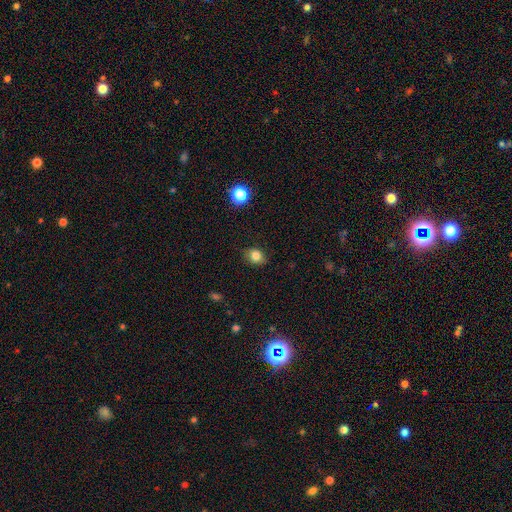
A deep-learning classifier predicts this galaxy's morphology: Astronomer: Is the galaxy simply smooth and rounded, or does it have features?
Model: smooth — 82%.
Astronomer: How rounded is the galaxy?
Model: round — 51% (runner-up: in between, 48%).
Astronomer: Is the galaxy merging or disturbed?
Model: none — 80%.